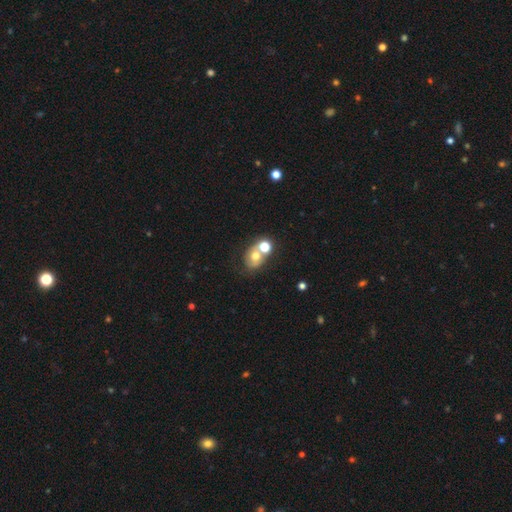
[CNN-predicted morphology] smooth_or_featured: smooth (p=0.60) [alt: featured or disk p=0.25]
how_rounded: in between (p=0.50) [alt: round p=0.48]
merging: merger (p=0.44) [alt: none p=0.38]